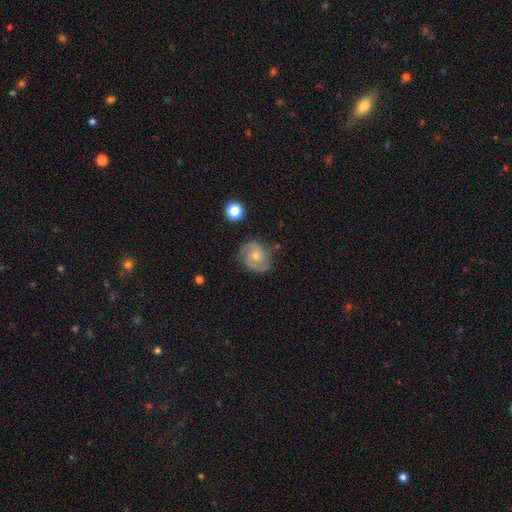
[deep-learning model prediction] Overall: featured or disk (74%). Edge-on disk: no (98%). Bar: no (68%; weak 28%). Spiral arms: yes (94%). Spiral arm count: 2 (84%). Spiral winding: medium (46%; tight 40%). Bulge size: moderate (48%; small 47%). Merging: none (78%).